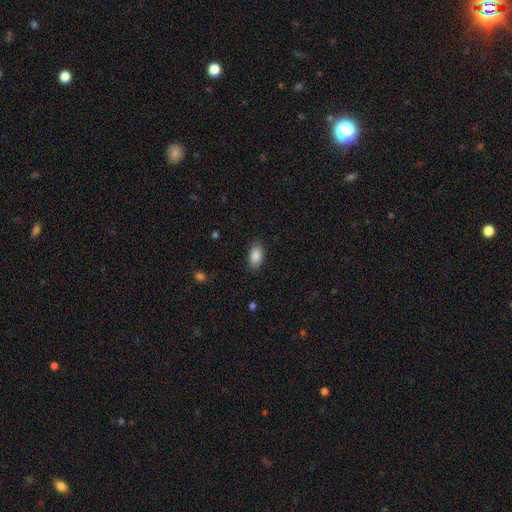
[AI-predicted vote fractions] Q: Smooth or featured?
A: smooth (89%); runner-up: star or artifact (7%)
Q: How rounded?
A: in between (93%); runner-up: round (5%)
Q: Merging?
A: none (87%); runner-up: minor disturbance (9%)